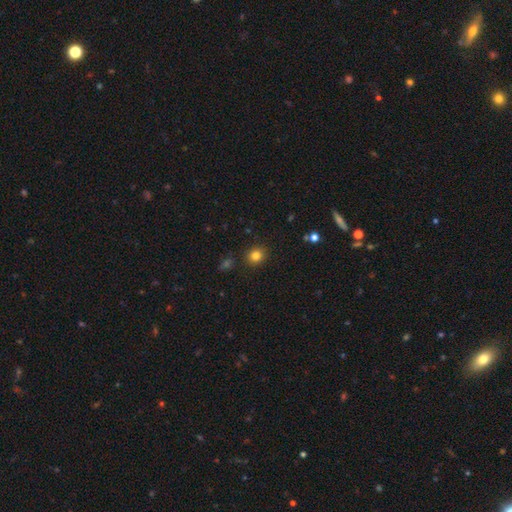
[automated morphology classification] Smooth or featured? Predicted: smooth (p=0.82). How rounded? Predicted: round (p=0.83). Merging? Predicted: none (p=0.90).